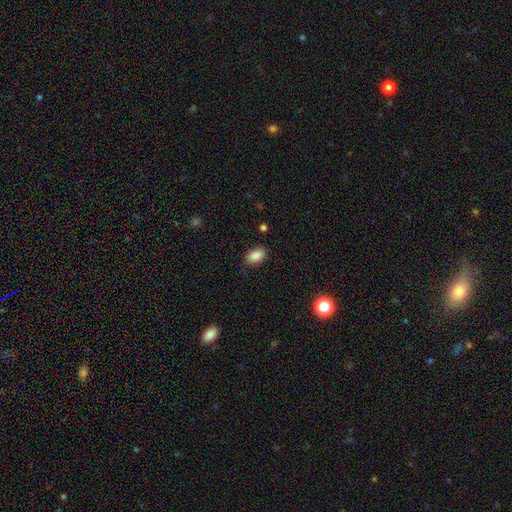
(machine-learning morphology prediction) The model was most divided on "merging": none: 83%, minor disturbance: 13%, major disturbance: 3%, merger: 1%. More confident: how rounded — in between (90%); smooth or featured — smooth (88%).